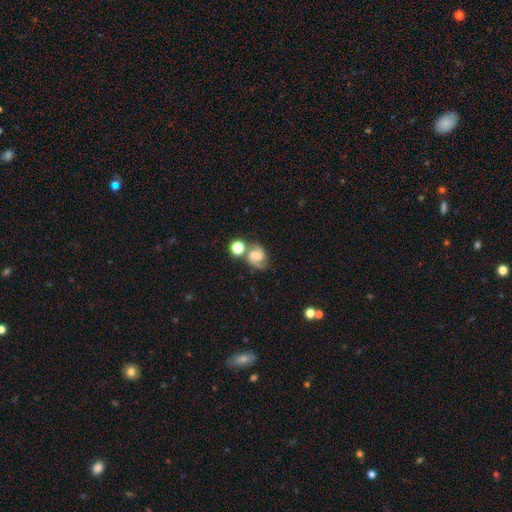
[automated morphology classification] smooth_or_featured: featured or disk (p=0.63) [alt: smooth p=0.27]
disk_edge_on: no (p=0.98) [alt: yes p=0.02]
bar: no (p=0.44) [tied with: weak p=0.44]
has_spiral_arms: yes (p=0.93) [alt: no p=0.07]
spiral_winding: medium (p=0.52) [alt: tight p=0.25]
spiral_arm_count: 2 (p=0.84) [alt: 1 p=0.07]
bulge_size: small (p=0.40) [alt: moderate p=0.30]
merging: none (p=0.52) [alt: merger p=0.23]